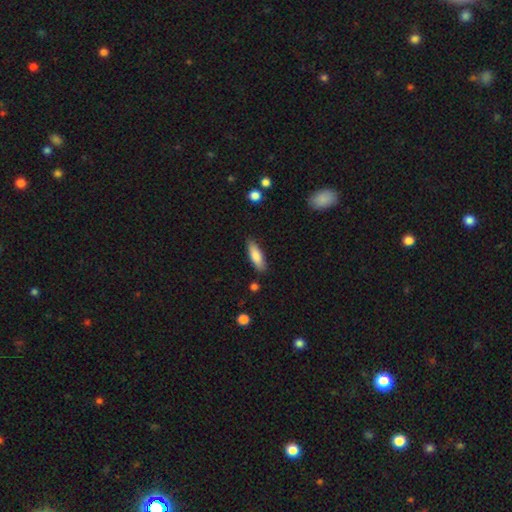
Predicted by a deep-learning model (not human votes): Smooth or featured: smooth — 81% (featured or disk — 13%)
How rounded: in between — 56% (cigar-shaped — 43%)
Merging: none — 82% (minor disturbance — 13%)